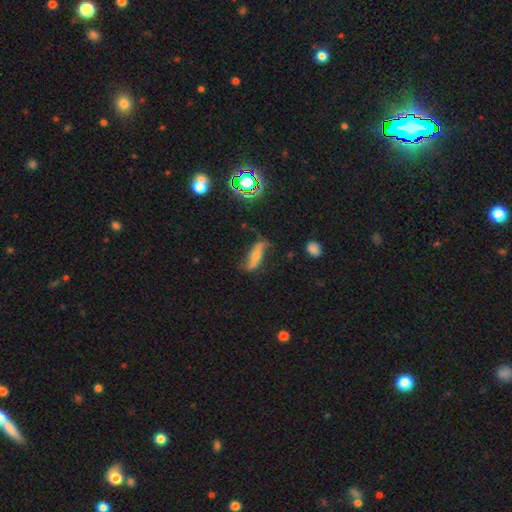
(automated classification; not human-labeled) This is likely a featured or disk galaxy (65%). It is likely not viewed edge-on (74%). Merging: likely none (64%).